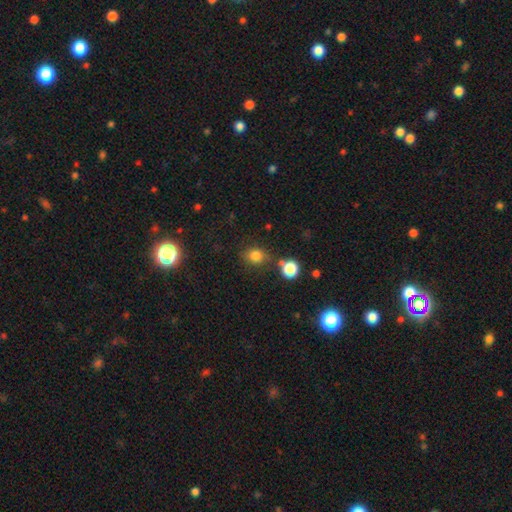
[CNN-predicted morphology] type=smooth (79%); roundness=round (74%); merging=none (73%).